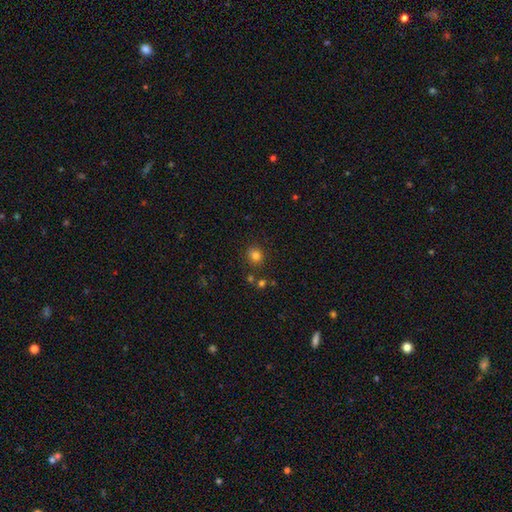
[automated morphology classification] The model was most divided on "how rounded": round: 80%, in between: 19%, cigar-shaped: 1%. More confident: merging — none (84%); smooth or featured — smooth (79%).